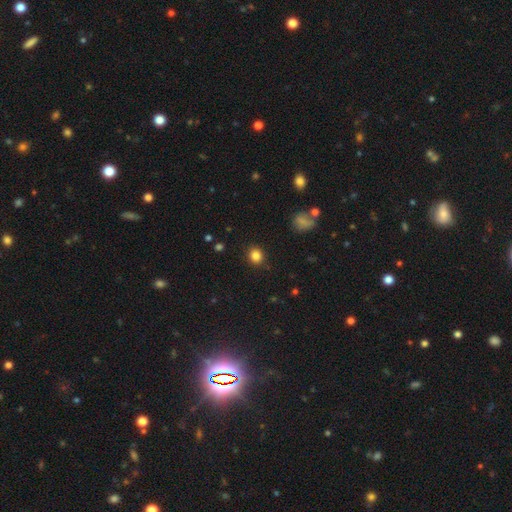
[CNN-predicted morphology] A smooth galaxy with no disk features (84%) that is round (78%).

Vote fractions:
- Smooth or featured? smooth: 84% / star or artifact: 11% / featured or disk: 4%
- How rounded? round: 78% / in between: 21% / cigar-shaped: 1%
- Merging? none: 89% / minor disturbance: 7% / major disturbance: 2% / merger: 1%